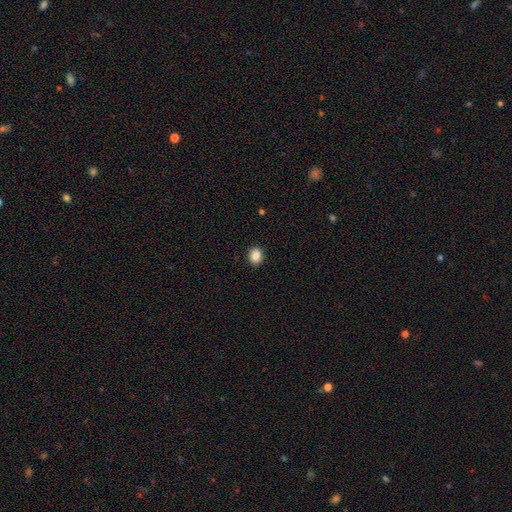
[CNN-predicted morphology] Smooth or featured?
  - smooth: 88% *
  - star or artifact: 9%
  - featured or disk: 3%
How rounded?
  - in between: 50% *
  - round: 49%
  - cigar-shaped: 1%
Merging?
  - none: 89% *
  - minor disturbance: 8%
  - major disturbance: 2%
  - merger: 1%